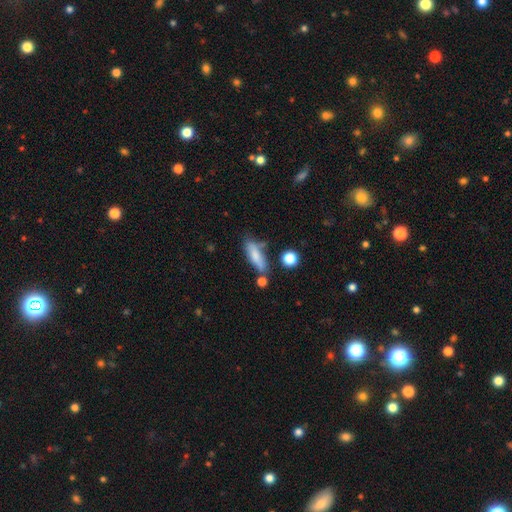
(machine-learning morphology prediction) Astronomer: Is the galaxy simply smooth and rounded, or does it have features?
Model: smooth — 72%.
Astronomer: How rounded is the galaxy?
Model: cigar-shaped — 49% (runner-up: in between, 48%).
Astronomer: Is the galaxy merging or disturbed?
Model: none — 59%.